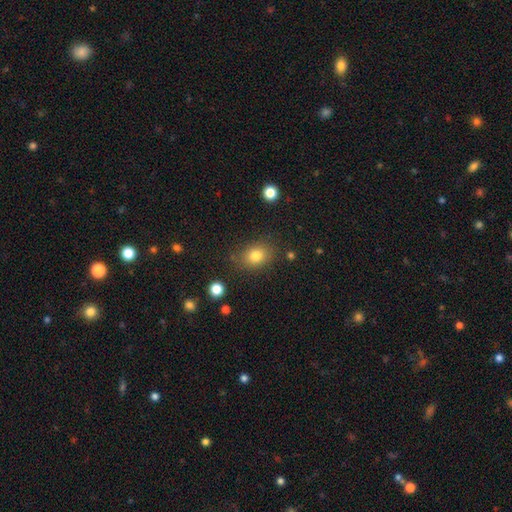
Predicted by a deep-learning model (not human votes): Smooth or featured? Predicted: smooth (p=0.81). How rounded? Predicted: in between (p=0.58). Merging? Predicted: none (p=0.80).